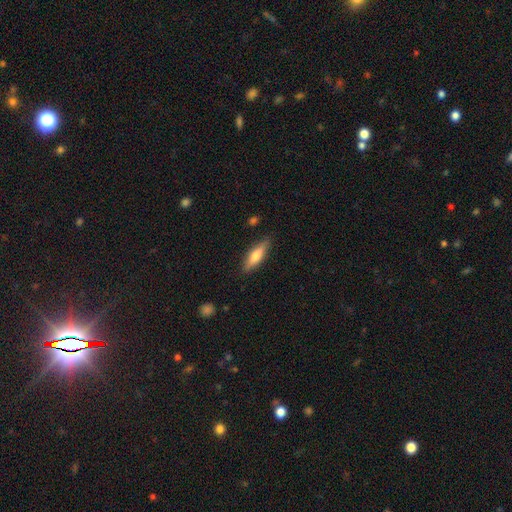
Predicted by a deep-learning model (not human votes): The model was most divided on "how rounded": cigar-shaped: 61%, in between: 37%, round: 2%. More confident: merging — none (86%); smooth or featured — smooth (60%).